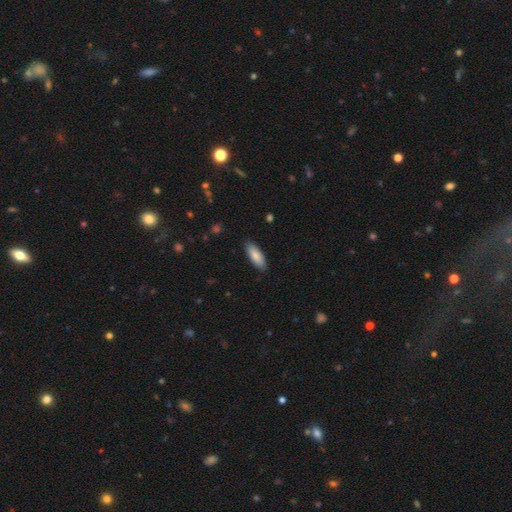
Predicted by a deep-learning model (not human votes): smooth-or-featured: smooth: 86% | featured or disk: 9% | star or artifact: 5%
  how-rounded: in between: 72% | cigar-shaped: 27% | round: 2%
  merging: none: 88% | minor disturbance: 9% | major disturbance: 2% | merger: 1%